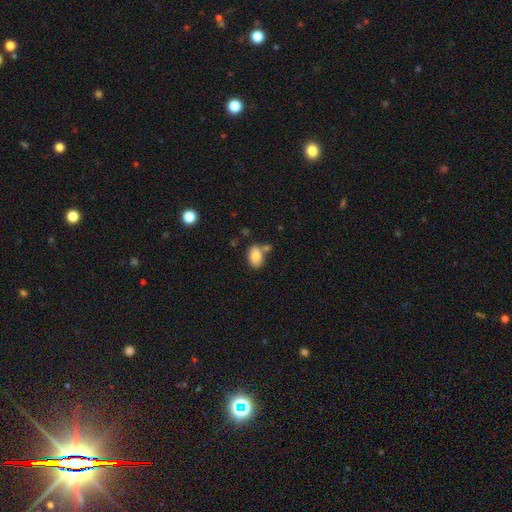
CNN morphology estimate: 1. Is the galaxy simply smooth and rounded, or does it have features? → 86% smooth, 8% star or artifact, 6% featured or disk.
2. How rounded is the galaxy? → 88% in between, 10% round, 1% cigar-shaped.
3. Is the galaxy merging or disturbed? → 61% none, 19% merger, 16% minor disturbance, 5% major disturbance.